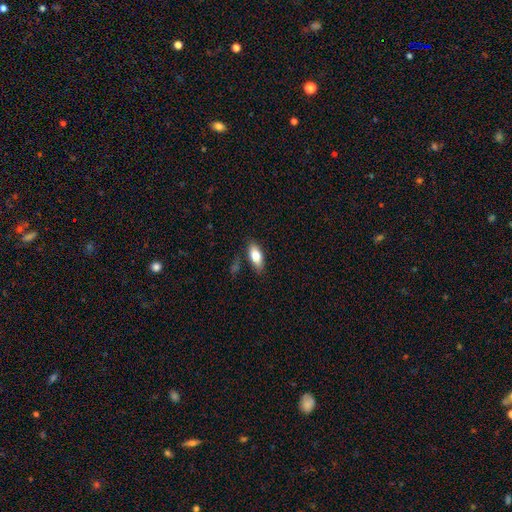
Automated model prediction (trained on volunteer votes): The model was most divided on "smooth or featured": smooth: 75%, featured or disk: 18%, star or artifact: 7%. More confident: how rounded — in between (83%); merging — none (82%).